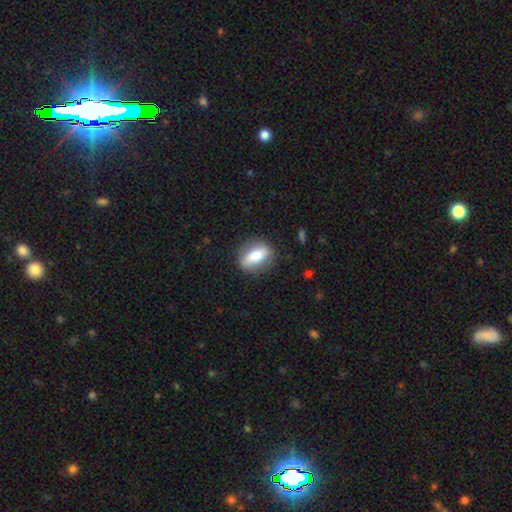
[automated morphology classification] A smooth galaxy with no disk features (63%) that is in between round and cigar-shaped (68%).

Vote fractions:
- Smooth or featured? smooth: 63% / featured or disk: 29% / star or artifact: 7%
- How rounded? in between: 68% / round: 22% / cigar-shaped: 10%
- Merging? none: 82% / minor disturbance: 13% / major disturbance: 4% / merger: 1%